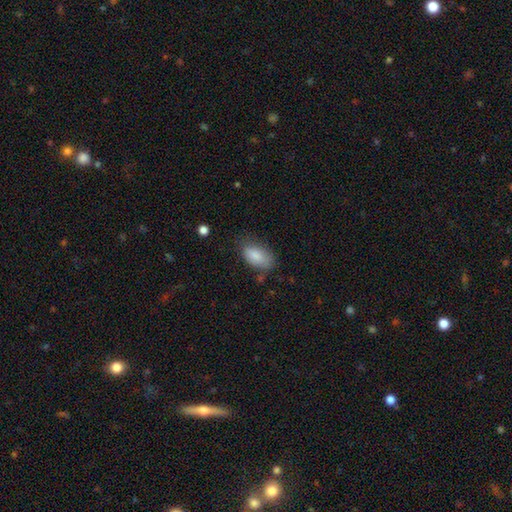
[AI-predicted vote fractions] Q: Smooth or featured?
A: smooth (86%); runner-up: featured or disk (7%)
Q: How rounded?
A: in between (93%); runner-up: round (4%)
Q: Merging?
A: none (65%); runner-up: minor disturbance (25%)